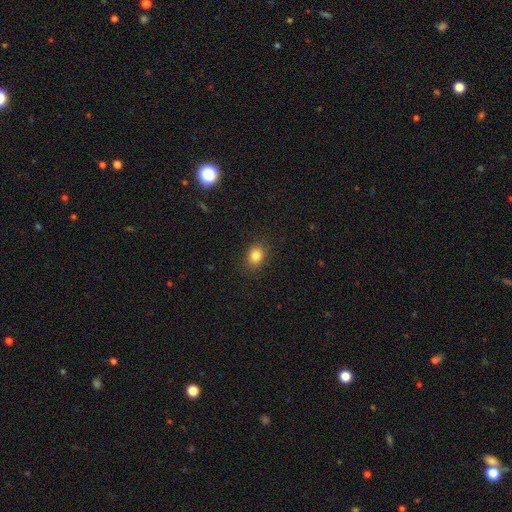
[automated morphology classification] Overall: smooth (83%). How rounded: in between (55%; round 44%). Merging: none (88%).